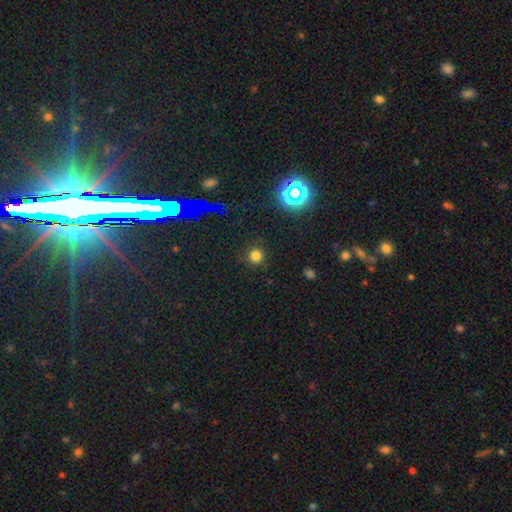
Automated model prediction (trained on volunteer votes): smooth_or_featured: smooth (p=0.73) [alt: star or artifact p=0.22]
how_rounded: round (p=0.94) [alt: in between p=0.05]
merging: none (p=0.89) [alt: minor disturbance p=0.07]